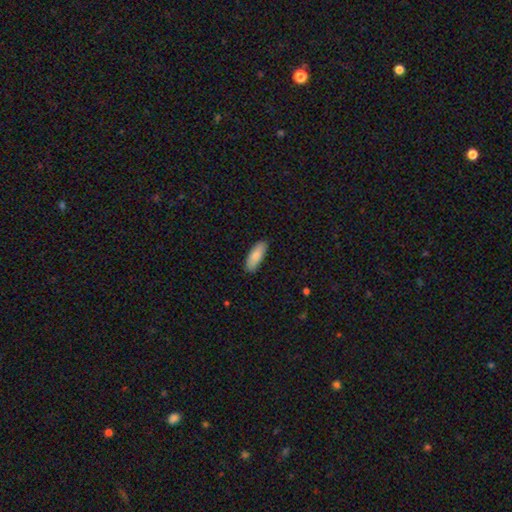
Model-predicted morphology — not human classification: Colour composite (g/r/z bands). It shows a smooth galaxy with no disk features (86%) that is in between round and cigar-shaped (69%). Merging: none (88%).